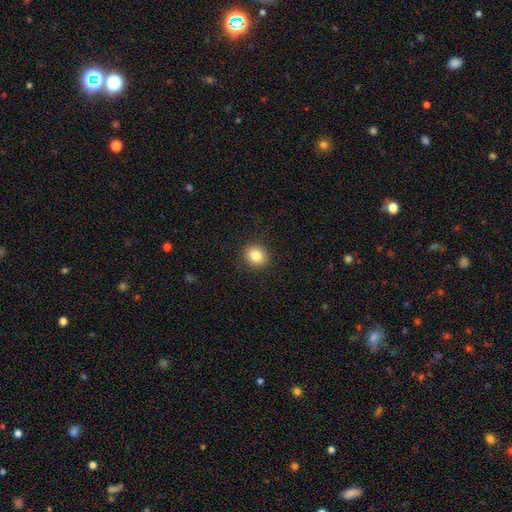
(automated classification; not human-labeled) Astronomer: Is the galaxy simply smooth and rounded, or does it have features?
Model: smooth — 83%.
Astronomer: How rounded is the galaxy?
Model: round — 81%.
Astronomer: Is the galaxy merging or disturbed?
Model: none — 91%.